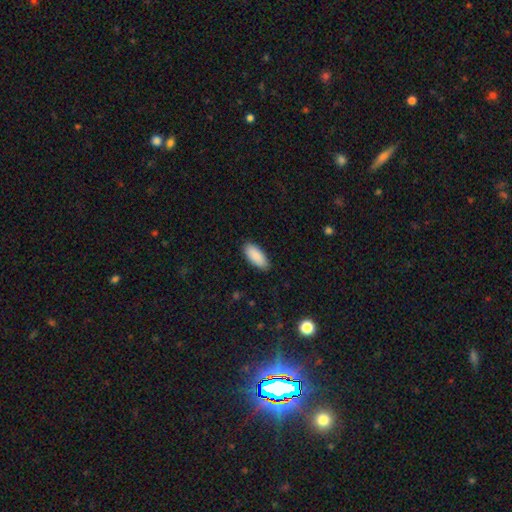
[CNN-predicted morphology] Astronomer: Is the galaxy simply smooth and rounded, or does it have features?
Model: smooth — 90%.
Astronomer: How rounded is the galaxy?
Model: in between — 87%.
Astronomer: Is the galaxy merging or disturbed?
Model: none — 87%.